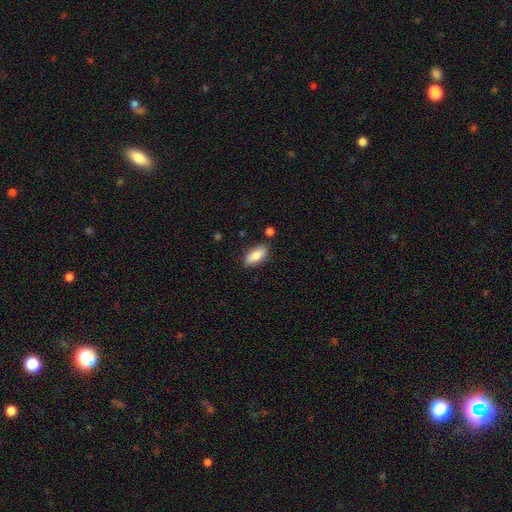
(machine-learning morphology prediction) Overall: smooth (82%). How rounded: in between (85%). Merging: none (84%).